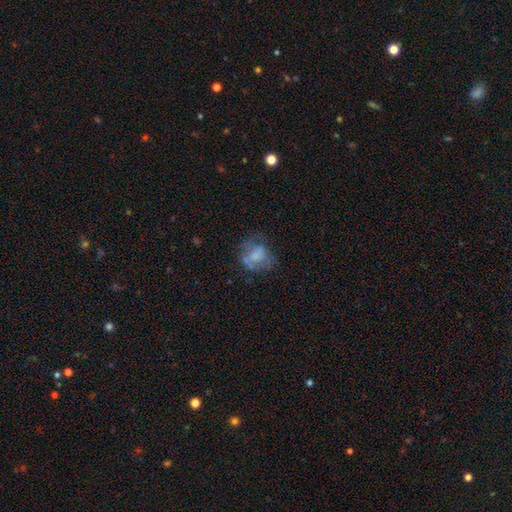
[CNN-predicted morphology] Smooth or featured?
  - smooth: 53% *
  - featured or disk: 36%
  - star or artifact: 11%
How rounded?
  - round: 58% *
  - in between: 41%
  - cigar-shaped: 1%
Merging?
  - none: 44% *
  - major disturbance: 27%
  - minor disturbance: 25%
  - merger: 5%